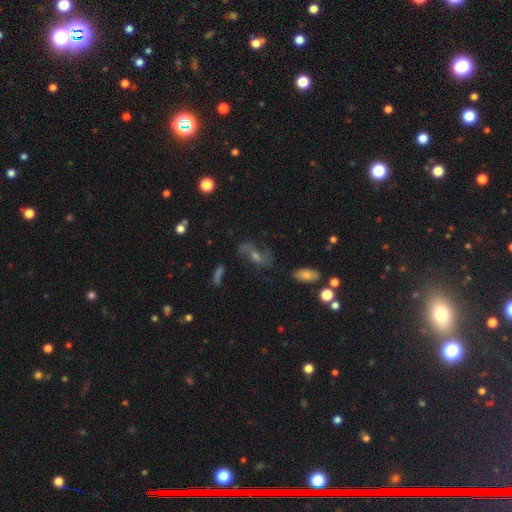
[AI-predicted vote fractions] smooth_or_featured: featured or disk (p=0.53) [alt: star or artifact p=0.24]
disk_edge_on: no (p=0.88) [alt: yes p=0.12]
merging: none (p=0.62) [alt: minor disturbance p=0.17]